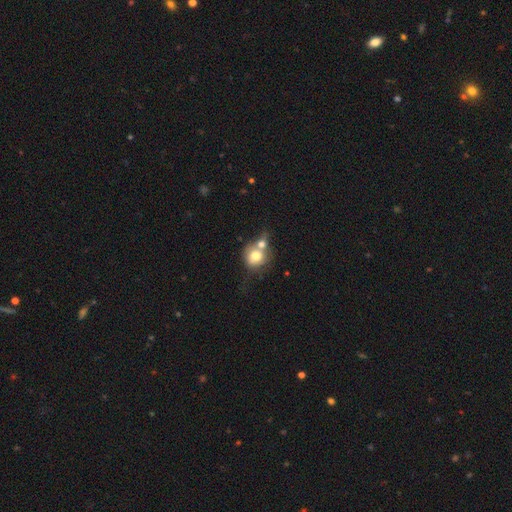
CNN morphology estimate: Smooth or featured? Predicted: smooth (p=0.71). How rounded? Predicted: round (p=0.76). Merging? Predicted: merger (p=0.57).